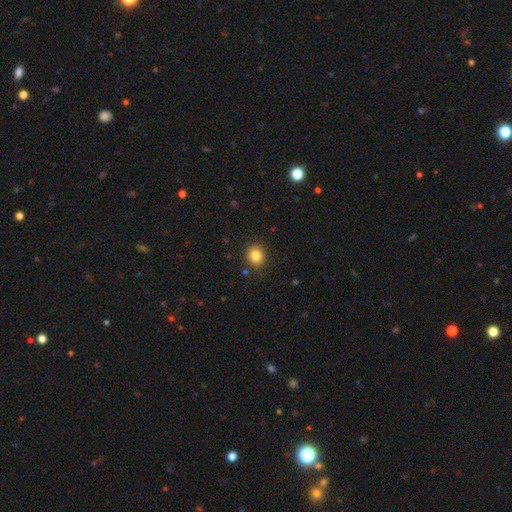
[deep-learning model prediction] A smooth galaxy with no disk features (83%) that is round (77%).

Vote fractions:
- Smooth or featured? smooth: 83% / star or artifact: 11% / featured or disk: 6%
- How rounded? round: 77% / in between: 22% / cigar-shaped: 1%
- Merging? none: 88% / minor disturbance: 8% / major disturbance: 2% / merger: 2%